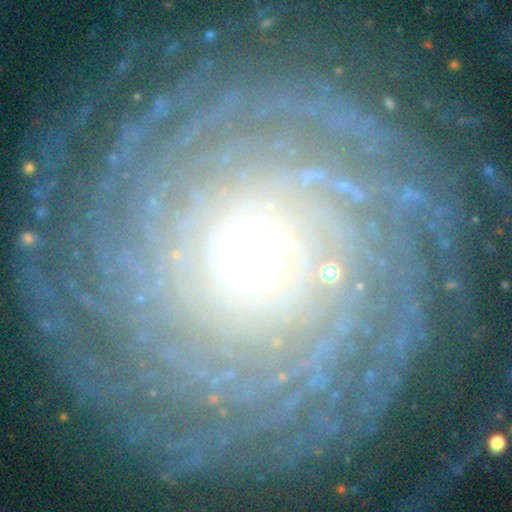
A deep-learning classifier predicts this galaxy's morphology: Smooth or featured?
  - featured or disk: 86% *
  - smooth: 7%
  - star or artifact: 7%
Edge-on disk?
  - no: 97% *
  - yes: 3%
Bar?
  - no: 82% *
  - weak: 13%
  - strong: 6%
Spiral arms?
  - yes: 93% *
  - no: 7%
Spiral winding?
  - tight: 79% *
  - medium: 15%
  - loose: 6%
Spiral arm count?
  - can't tell: 28% *
  - more than 4: 21%
  - 2: 14%
  - 4: 14%
  - 3: 13%
  - 1: 10%
Bulge size?
  - moderate: 47% *
  - small: 45%
  - large: 5%
  - dominant: 2%
  - none: 2%
Merging?
  - none: 76% *
  - minor disturbance: 13%
  - major disturbance: 9%
  - merger: 3%